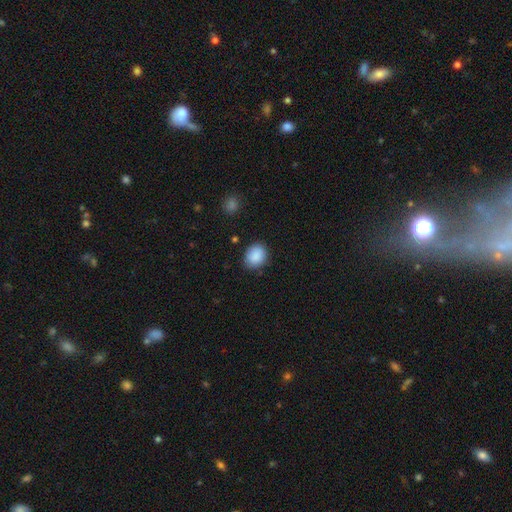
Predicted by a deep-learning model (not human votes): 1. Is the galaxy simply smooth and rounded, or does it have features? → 89% smooth, 7% star or artifact, 4% featured or disk.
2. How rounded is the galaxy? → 62% round, 37% in between, 1% cigar-shaped.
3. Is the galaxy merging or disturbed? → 83% none, 13% minor disturbance, 3% major disturbance, 2% merger.